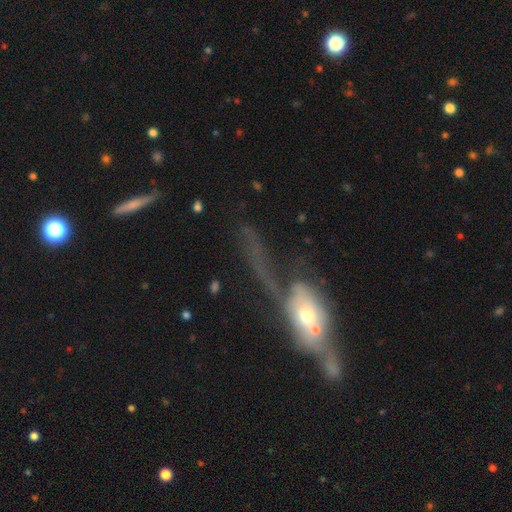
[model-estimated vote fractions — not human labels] Smooth or featured? featured or disk (70%)
Edge-on disk? no (72%)
Bar? no (69%)
Spiral arms? yes (60%)
Bulge size? moderate (50%)
Merging? major disturbance (32%)